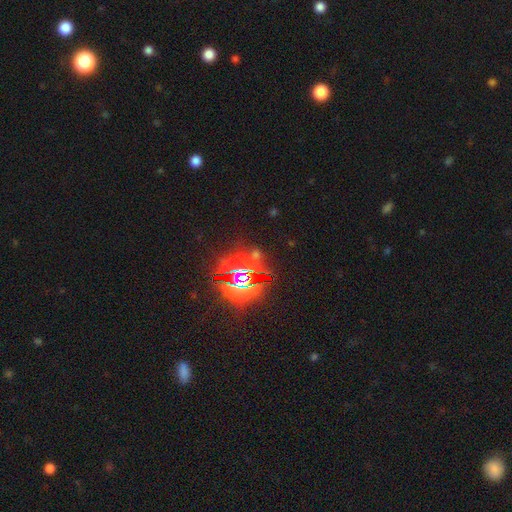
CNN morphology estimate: Smooth or featured?
  - star or artifact: 83% *
  - smooth: 9%
  - featured or disk: 9%